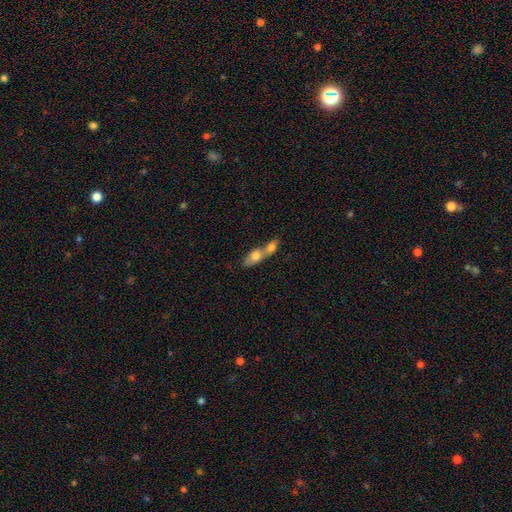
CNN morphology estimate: type=smooth (67%); roundness=in between (68%); merging=merger (77%).